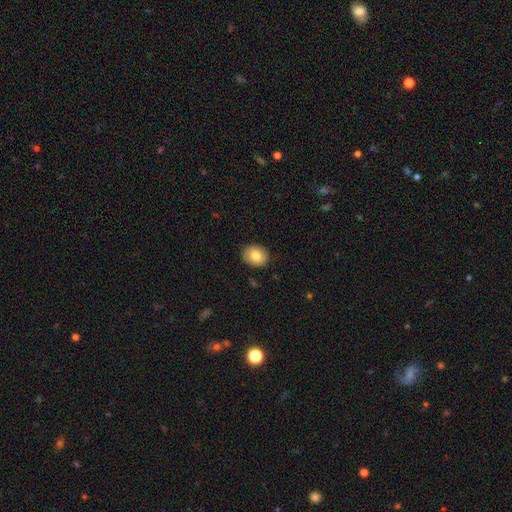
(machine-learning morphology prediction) smooth 81%, featured or disk 11%, star or artifact 8%. Down the decision tree: how rounded — in between (55%); merging — none (89%).